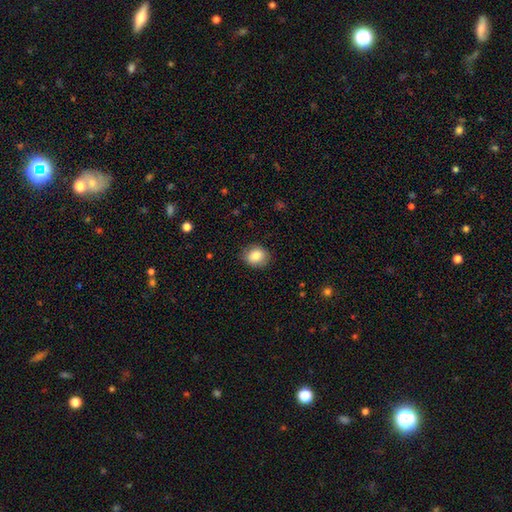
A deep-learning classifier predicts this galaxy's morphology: Overall: smooth (83%). How rounded: round (65%; in between 34%). Merging: none (86%).